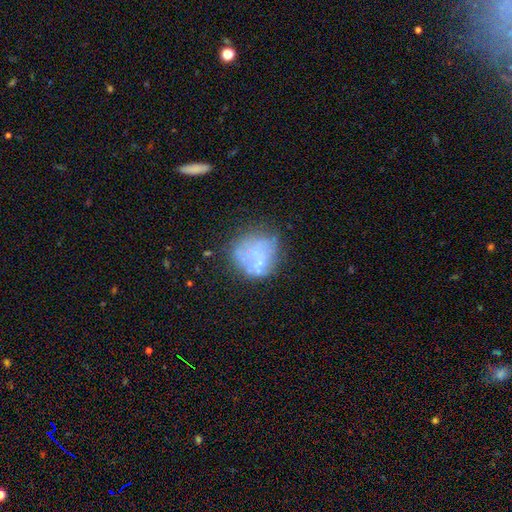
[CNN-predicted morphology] Smooth or featured? featured or disk (54%)
Edge-on disk? no (98%)
Bar? no (91%)
Spiral arms? no (90%)
Bulge size? none (59%)
Merging? none (49%)